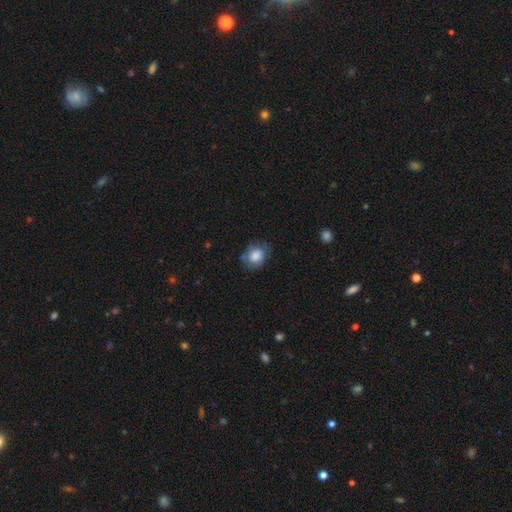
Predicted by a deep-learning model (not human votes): smooth-or-featured: smooth: 78% | featured or disk: 15% | star or artifact: 8%
  how-rounded: round: 57% | in between: 42% | cigar-shaped: 1%
  merging: none: 65% | minor disturbance: 25% | major disturbance: 8% | merger: 2%